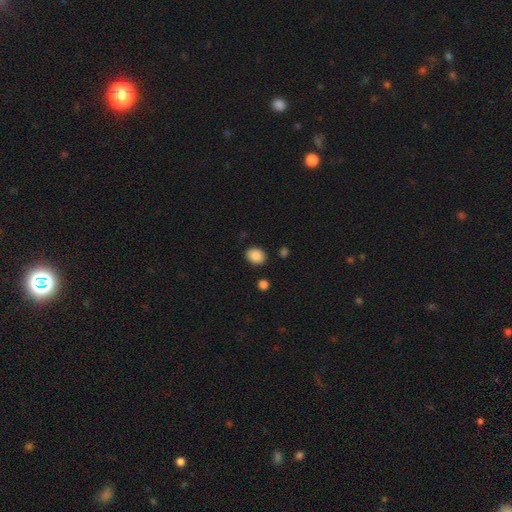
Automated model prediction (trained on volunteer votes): A smooth galaxy with no disk features (88%) that is in between round and cigar-shaped (57%).

Vote fractions:
- Smooth or featured? smooth: 88% / star or artifact: 8% / featured or disk: 3%
- How rounded? in between: 57% / round: 42% / cigar-shaped: 1%
- Merging? none: 86% / minor disturbance: 9% / major disturbance: 3% / merger: 2%